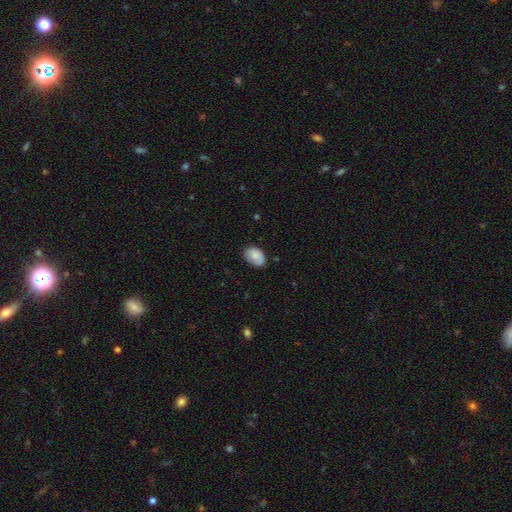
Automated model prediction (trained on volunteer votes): Smooth or featured?
  - smooth: 79% *
  - featured or disk: 14%
  - star or artifact: 7%
How rounded?
  - in between: 82% *
  - round: 17%
  - cigar-shaped: 1%
Merging?
  - none: 71% *
  - minor disturbance: 23%
  - major disturbance: 5%
  - merger: 2%